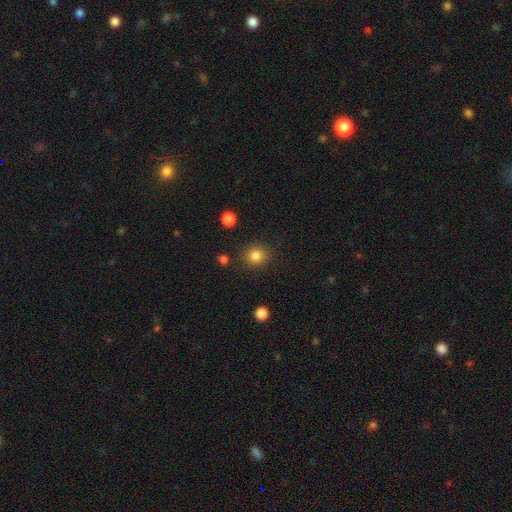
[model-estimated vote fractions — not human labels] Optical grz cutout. It shows a smooth galaxy with no disk features (84%) that is round (84%). Merging: none (86%).